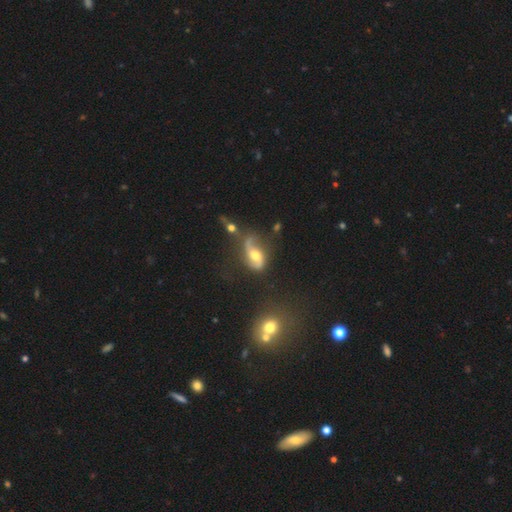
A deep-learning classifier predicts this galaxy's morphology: Q: Smooth or featured?
A: featured or disk (77%); runner-up: smooth (15%)
Q: Edge-on disk?
A: no (96%); runner-up: yes (4%)
Q: Bar?
A: no (52%); runner-up: weak (35%)
Q: Spiral arms?
A: yes (92%); runner-up: no (8%)
Q: Spiral winding?
A: loose (68%); runner-up: medium (25%)
Q: Spiral arm count?
A: 2 (84%); runner-up: 1 (9%)
Q: Bulge size?
A: moderate (67%); runner-up: small (18%)
Q: Merging?
A: none (49%); runner-up: minor disturbance (20%)